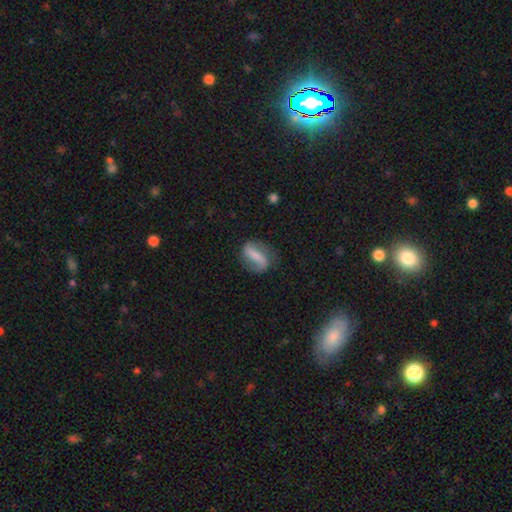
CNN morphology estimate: Smooth or featured? Predicted: featured or disk (p=0.57). Edge-on disk? Predicted: no (p=0.93). Bar? Predicted: strong (p=0.63). Spiral arms? Predicted: yes (p=0.80). Bulge size? Predicted: none (p=0.50). Merging? Predicted: none (p=0.69).